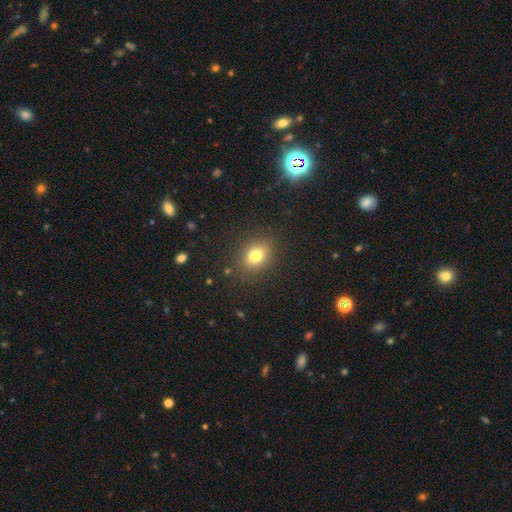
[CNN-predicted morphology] Overall: smooth (77%). How rounded: in between (55%; round 44%). Merging: none (86%).